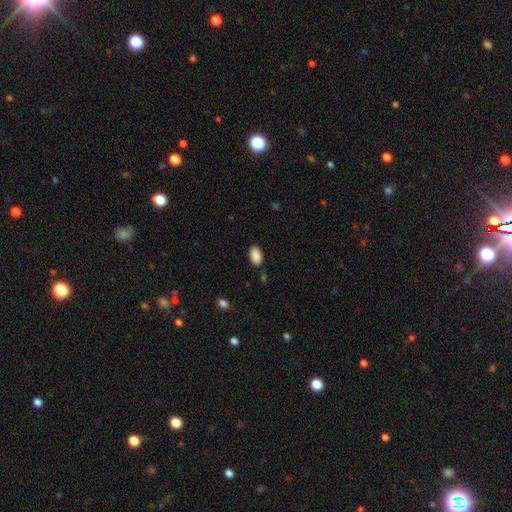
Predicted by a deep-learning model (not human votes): A smooth galaxy with no disk features (90%) that is in between round and cigar-shaped (94%).

Vote fractions:
- Smooth or featured? smooth: 90% / star or artifact: 7% / featured or disk: 3%
- How rounded? in between: 94% / round: 5% / cigar-shaped: 2%
- Merging? none: 86% / minor disturbance: 10% / major disturbance: 2% / merger: 2%